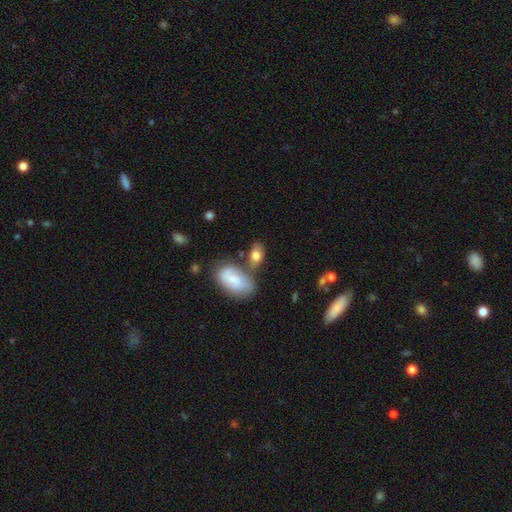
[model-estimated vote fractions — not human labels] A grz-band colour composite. It shows a smooth galaxy with no disk features (74%) that is in between round and cigar-shaped (85%). Merging: none (52%).